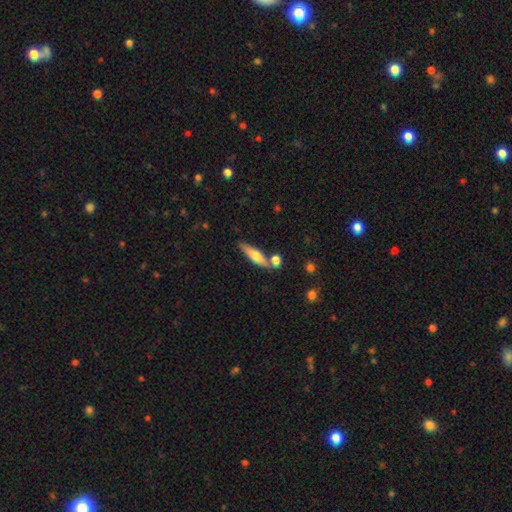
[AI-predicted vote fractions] This is possibly a smooth galaxy (50%). How rounded: likely cigar-shaped (75%). Merging: likely none (73%).